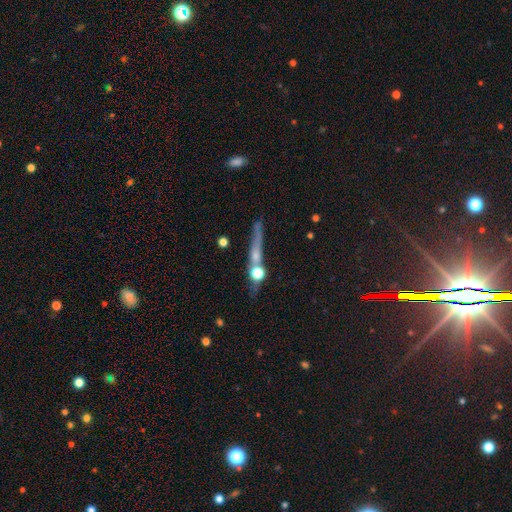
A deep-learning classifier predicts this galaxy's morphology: featured or disk 46%, smooth 32%, star or artifact 22%. Down the decision tree: merging — none (66%).